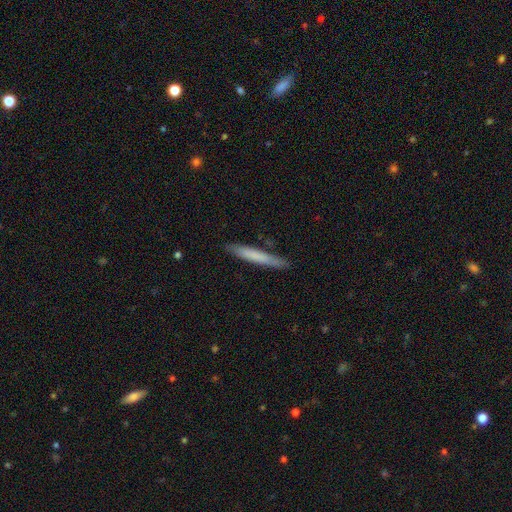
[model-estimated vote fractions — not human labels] This is likely a smooth galaxy (68%). How rounded: clearly cigar-shaped (96%). Merging: clearly none (86%).